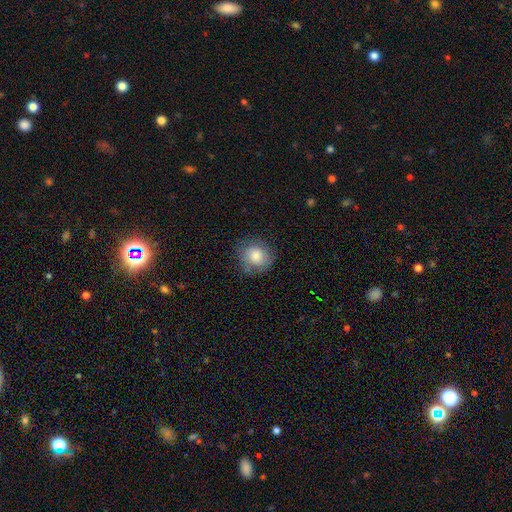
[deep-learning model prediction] This is likely a smooth galaxy (75%). How rounded: likely round (79%). Merging: likely none (72%).